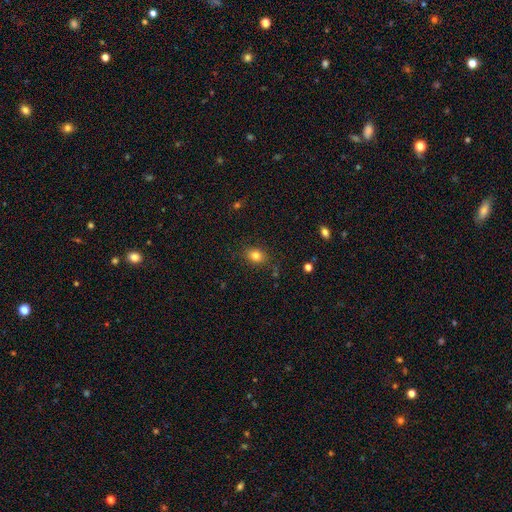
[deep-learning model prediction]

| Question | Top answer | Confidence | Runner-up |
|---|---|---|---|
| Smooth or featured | smooth | 81% | star or artifact (11%) |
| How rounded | in between | 58% | round (41%) |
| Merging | none | 84% | minor disturbance (11%) |